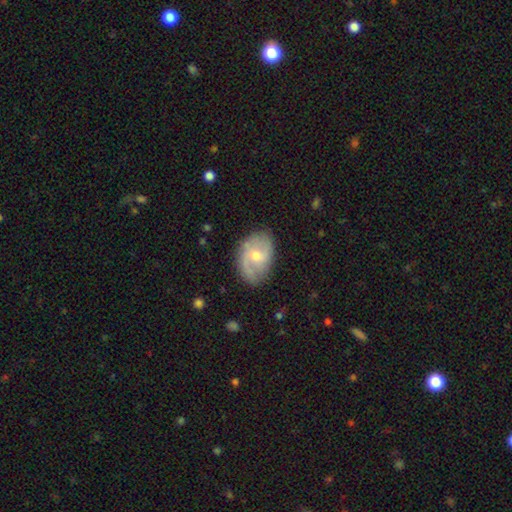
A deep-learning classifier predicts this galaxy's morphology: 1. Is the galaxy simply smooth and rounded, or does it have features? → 65% featured or disk, 28% smooth, 6% star or artifact.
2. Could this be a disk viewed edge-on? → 96% no, 4% yes.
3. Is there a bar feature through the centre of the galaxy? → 48% no, 45% weak, 8% strong.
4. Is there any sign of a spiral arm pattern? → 84% yes, 16% no.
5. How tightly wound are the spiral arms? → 43% medium, 31% loose, 25% tight.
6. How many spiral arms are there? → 68% 2, 15% can't tell, 11% 1, 3% 3, 1% 4, 1% more than 4.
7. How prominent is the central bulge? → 54% moderate, 41% small, 2% large, 2% none, 1% dominant.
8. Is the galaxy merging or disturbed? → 71% none, 21% minor disturbance, 6% major disturbance, 1% merger.